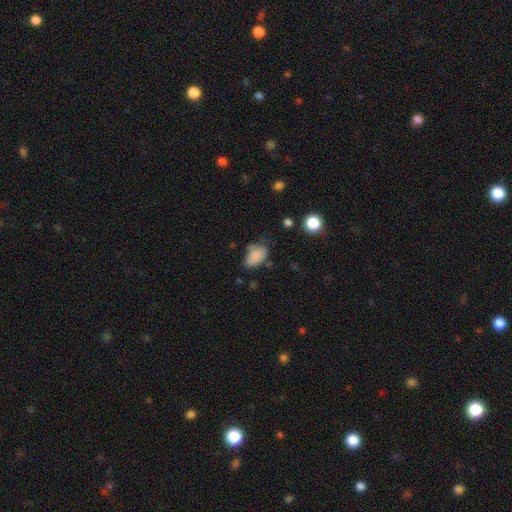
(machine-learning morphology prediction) smooth-or-featured: smooth: 82% | star or artifact: 10% | featured or disk: 8%
  how-rounded: in between: 88% | round: 10% | cigar-shaped: 2%
  merging: none: 48% | minor disturbance: 36% | major disturbance: 12% | merger: 5%